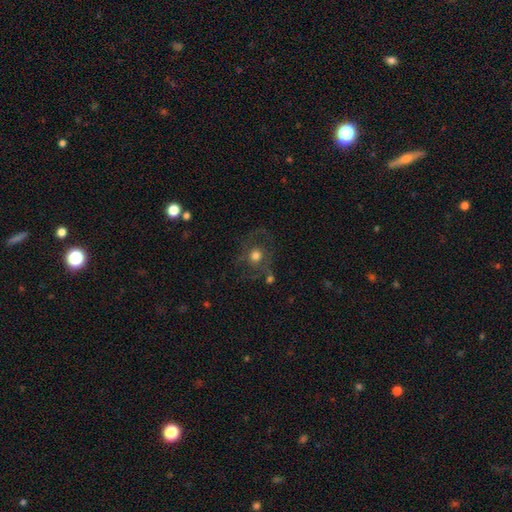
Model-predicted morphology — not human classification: type=smooth (47%); merging=none (60%).